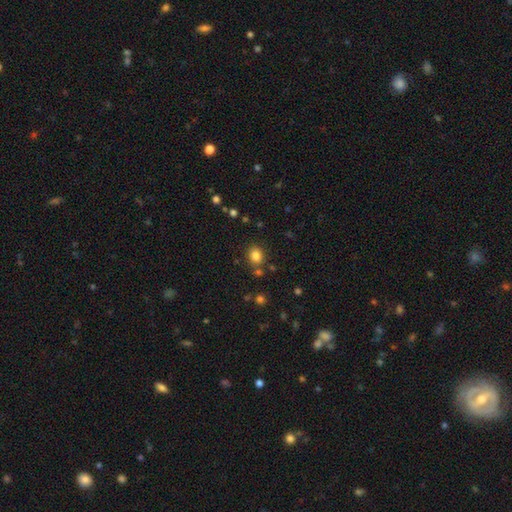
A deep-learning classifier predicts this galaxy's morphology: Q: Smooth or featured?
A: smooth (82%); runner-up: star or artifact (13%)
Q: How rounded?
A: round (60%); runner-up: in between (39%)
Q: Merging?
A: none (79%); runner-up: minor disturbance (10%)